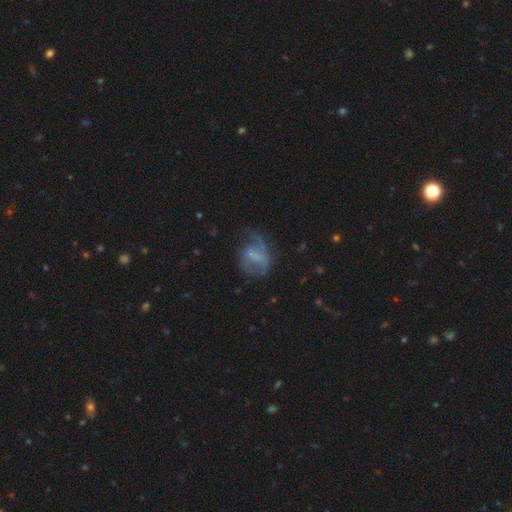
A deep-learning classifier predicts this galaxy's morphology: type=featured or disk (62%); edge-on=no (96%); bar=weak (39%); spiral arms=yes (70%); bulge=none (59%); merging=none (44%).